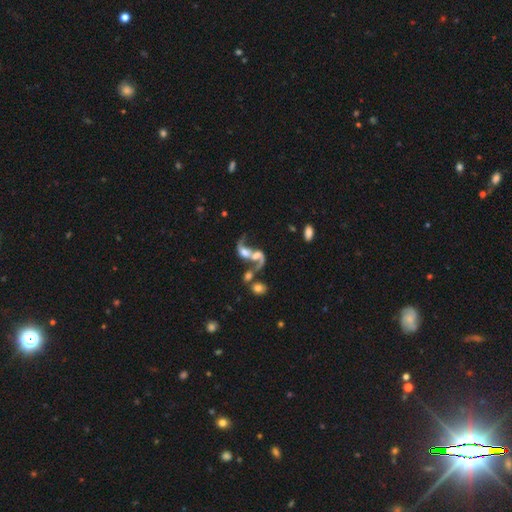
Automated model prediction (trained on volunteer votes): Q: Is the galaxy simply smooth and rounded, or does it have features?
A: featured or disk — 79%.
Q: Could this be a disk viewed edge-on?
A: no — 96%.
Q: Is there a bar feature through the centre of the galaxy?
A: no — 51%.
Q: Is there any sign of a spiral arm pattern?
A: yes — 87%.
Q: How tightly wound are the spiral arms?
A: loose — 84%.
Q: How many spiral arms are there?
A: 2 — 82%.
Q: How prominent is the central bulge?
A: moderate — 39%.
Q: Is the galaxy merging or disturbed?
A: merger — 56%.